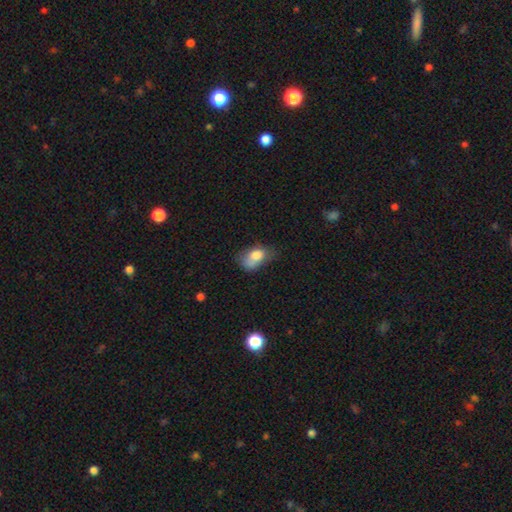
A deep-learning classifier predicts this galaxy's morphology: Smooth or featured?
  - smooth: 74% *
  - featured or disk: 16%
  - star or artifact: 9%
How rounded?
  - in between: 83% *
  - round: 15%
  - cigar-shaped: 2%
Merging?
  - minor disturbance: 35% *
  - none: 32%
  - major disturbance: 23%
  - merger: 10%